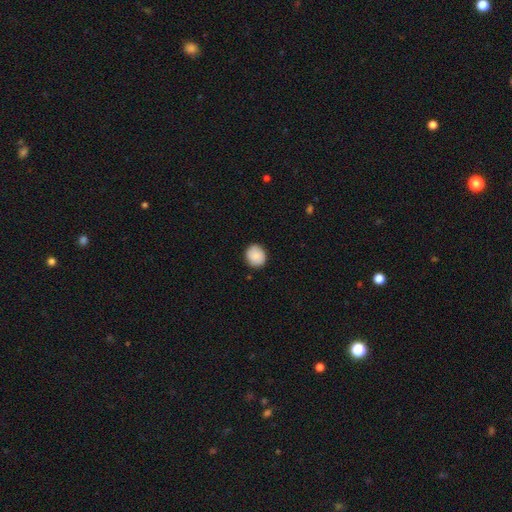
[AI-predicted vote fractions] This is clearly a smooth galaxy (86%). How rounded: clearly round (82%). Merging: clearly none (88%).